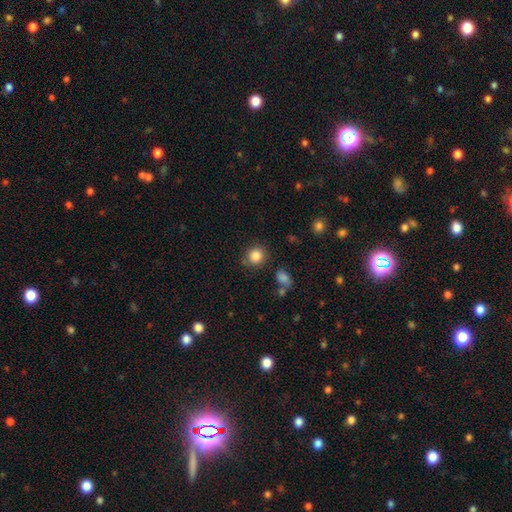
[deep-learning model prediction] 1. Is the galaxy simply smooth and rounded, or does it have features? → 85% smooth, 10% star or artifact, 5% featured or disk.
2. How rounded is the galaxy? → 88% round, 11% in between, 1% cigar-shaped.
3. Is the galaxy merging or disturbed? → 82% none, 11% minor disturbance, 4% merger, 3% major disturbance.